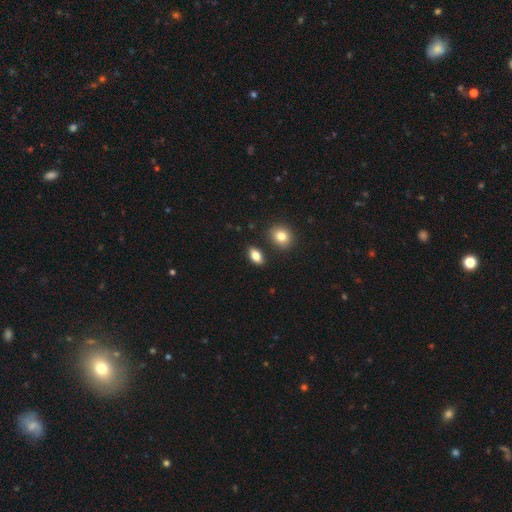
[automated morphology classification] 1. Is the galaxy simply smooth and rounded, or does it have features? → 84% smooth, 8% featured or disk, 8% star or artifact.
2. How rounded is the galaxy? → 87% in between, 9% round, 4% cigar-shaped.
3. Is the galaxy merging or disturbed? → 83% none, 10% minor disturbance, 5% merger, 2% major disturbance.